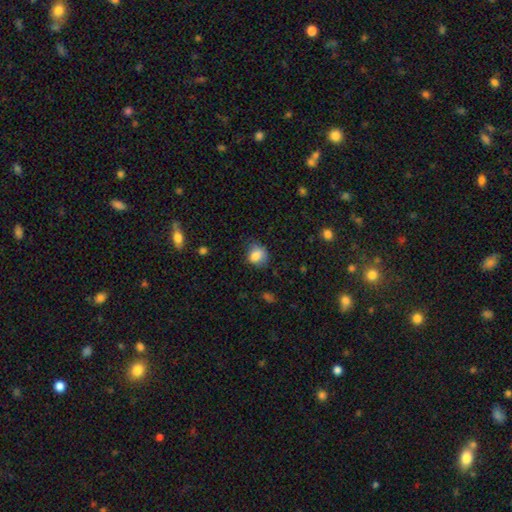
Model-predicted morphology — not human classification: Smooth or featured? smooth (83%)
How rounded? round (63%)
Merging? none (66%)